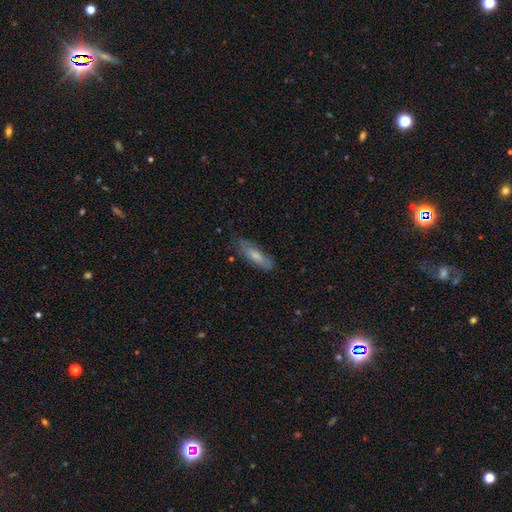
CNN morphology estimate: This is likely a smooth galaxy (69%). How rounded: possibly cigar-shaped (59%). Merging: likely none (72%).